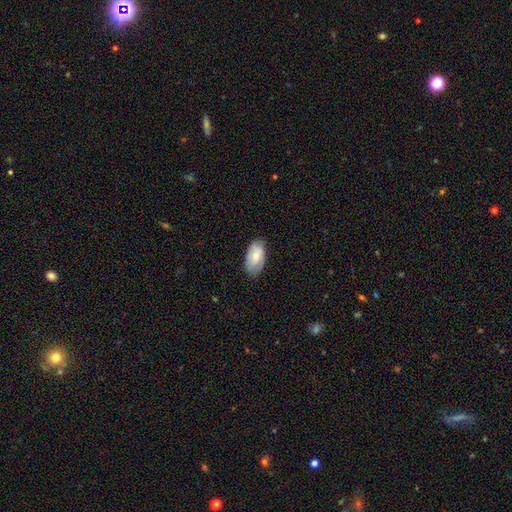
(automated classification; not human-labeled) Smooth or featured?
  - smooth: 63% *
  - featured or disk: 31%
  - star or artifact: 6%
How rounded?
  - in between: 94% *
  - round: 4%
  - cigar-shaped: 2%
Merging?
  - none: 74% *
  - minor disturbance: 21%
  - major disturbance: 4%
  - merger: 1%